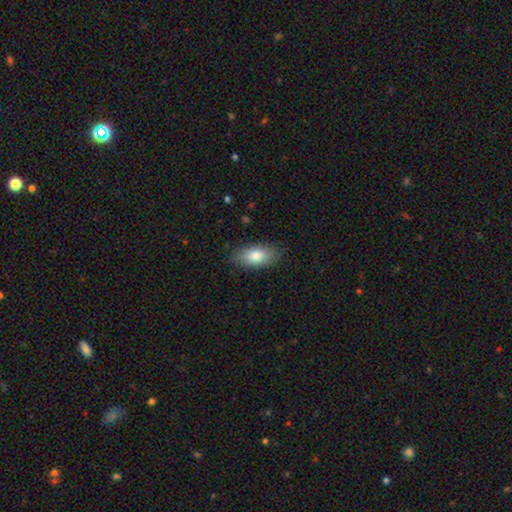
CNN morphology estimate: This is clearly a smooth galaxy (82%). How rounded: clearly in between (88%). Merging: clearly none (84%).